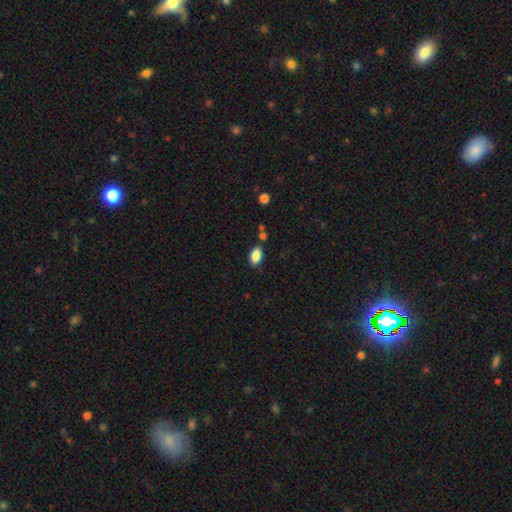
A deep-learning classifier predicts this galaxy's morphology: Q: Smooth or featured?
A: smooth (87%); runner-up: star or artifact (8%)
Q: How rounded?
A: in between (92%); runner-up: round (4%)
Q: Merging?
A: none (79%); runner-up: minor disturbance (13%)